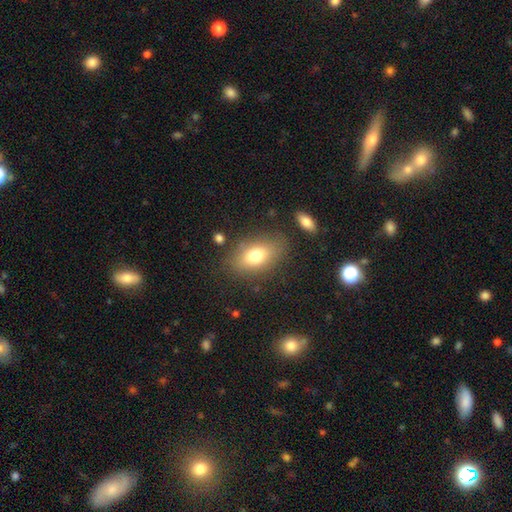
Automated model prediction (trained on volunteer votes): smooth_or_featured: smooth (p=0.74) [alt: featured or disk p=0.16]
how_rounded: in between (p=0.83) [alt: round p=0.14]
merging: none (p=0.78) [alt: minor disturbance p=0.13]